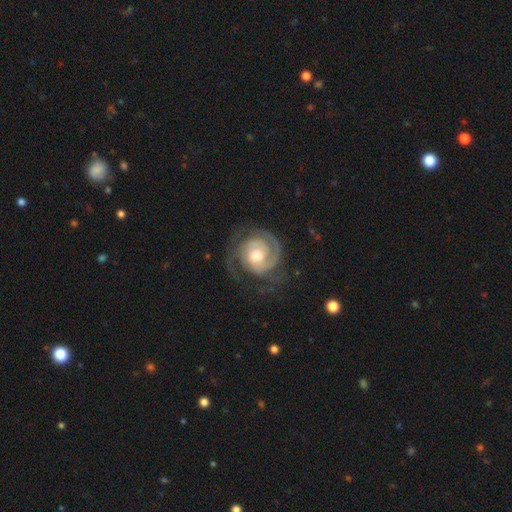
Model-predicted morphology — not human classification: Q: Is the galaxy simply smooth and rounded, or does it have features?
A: featured or disk — 89%.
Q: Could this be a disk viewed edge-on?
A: no — 98%.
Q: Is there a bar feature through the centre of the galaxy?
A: no — 64%.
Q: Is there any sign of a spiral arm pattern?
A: yes — 97%.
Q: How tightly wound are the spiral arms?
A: tight — 68%.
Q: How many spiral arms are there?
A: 2 — 61%.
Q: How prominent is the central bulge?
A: moderate — 61%.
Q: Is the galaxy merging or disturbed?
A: none — 71%.